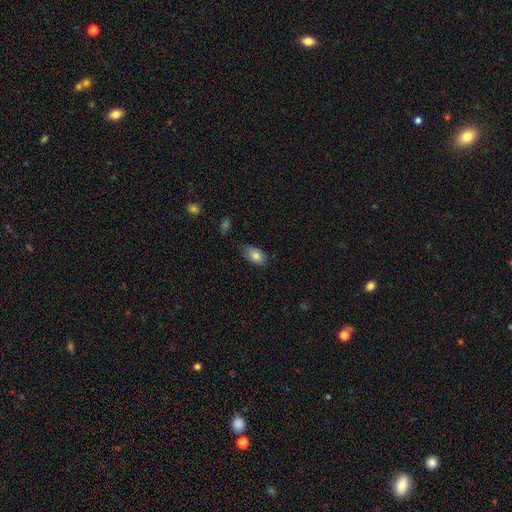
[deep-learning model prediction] This appears to be a smooth galaxy with no disk features (83%) that is in between round and cigar-shaped (92%). Merging: none (67%).